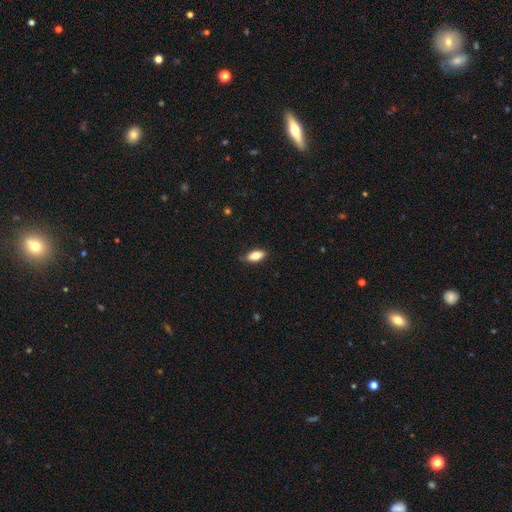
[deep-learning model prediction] Smooth or featured: smooth — 77% (featured or disk — 16%)
How rounded: in between — 85% (cigar-shaped — 12%)
Merging: none — 81% (minor disturbance — 16%)